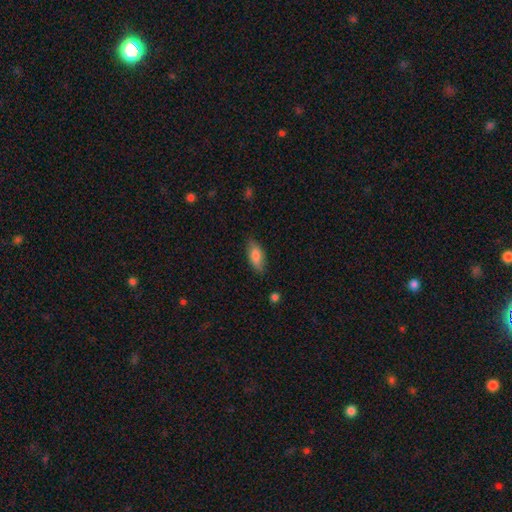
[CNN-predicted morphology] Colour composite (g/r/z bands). It shows a smooth galaxy with no disk features (83%) that is in between round and cigar-shaped (80%). Merging: none (80%).